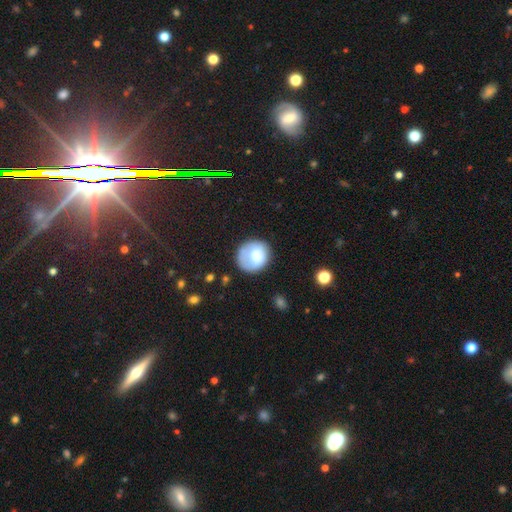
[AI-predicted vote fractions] Q: Smooth or featured?
A: smooth (75%); runner-up: featured or disk (17%)
Q: How rounded?
A: round (77%); runner-up: in between (23%)
Q: Merging?
A: none (66%); runner-up: minor disturbance (22%)